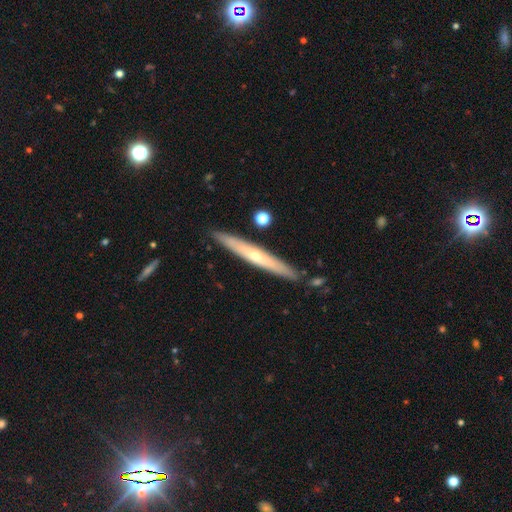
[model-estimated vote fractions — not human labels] This appears to be a featured or disk galaxy (57%) viewed edge-on (93%) with a rounded central bulge (63%). Merging: none (88%).